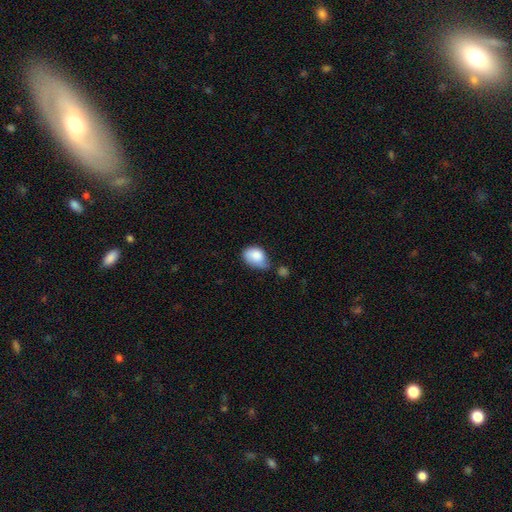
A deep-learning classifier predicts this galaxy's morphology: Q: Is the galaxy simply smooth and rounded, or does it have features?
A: smooth — 82%.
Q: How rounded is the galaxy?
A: in between — 80%.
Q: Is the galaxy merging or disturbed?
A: minor disturbance — 41%.